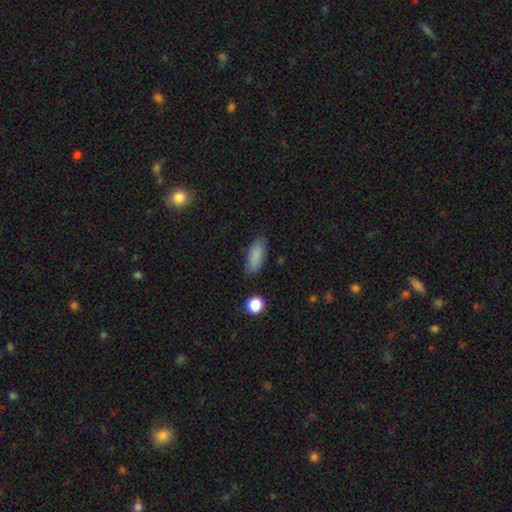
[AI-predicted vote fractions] This is clearly a smooth galaxy (86%). How rounded: likely in between (77%). Merging: clearly none (83%).